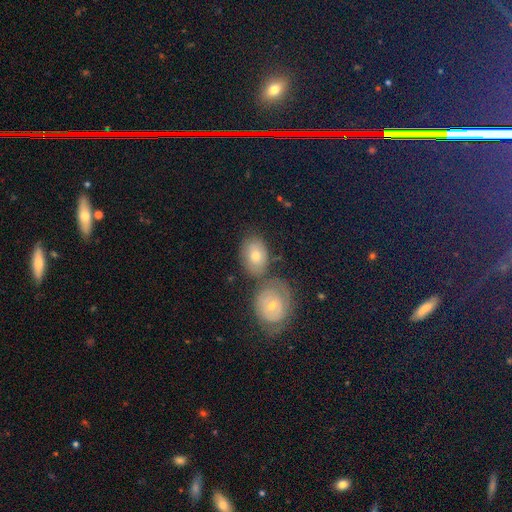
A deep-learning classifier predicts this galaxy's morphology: A smooth galaxy with no disk features (56%) that is in between round and cigar-shaped (67%). Merging: none (55%).